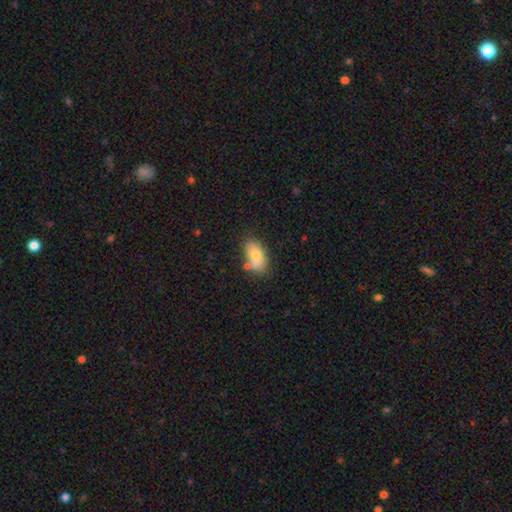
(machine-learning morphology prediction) Q: Smooth or featured?
A: smooth (74%); runner-up: featured or disk (18%)
Q: How rounded?
A: in between (91%); runner-up: round (7%)
Q: Merging?
A: none (58%); runner-up: minor disturbance (19%)